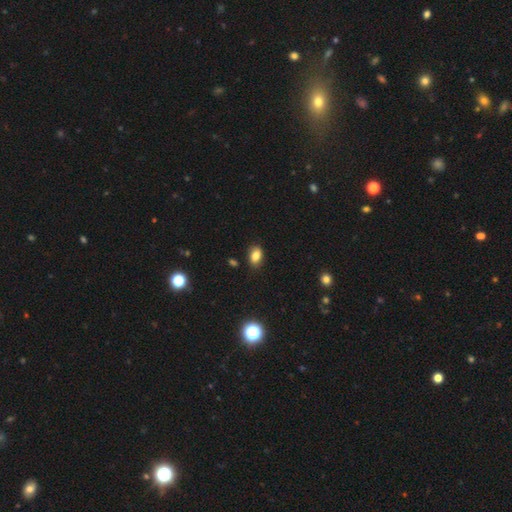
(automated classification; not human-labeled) Smooth or featured? smooth (83%)
How rounded? in between (83%)
Merging? none (85%)